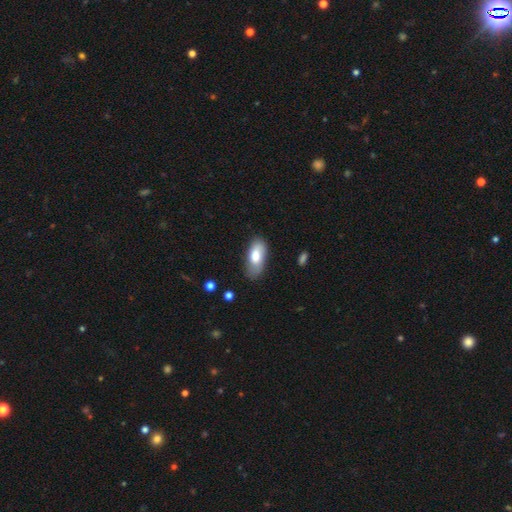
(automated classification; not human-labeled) Overall: smooth (75%). How rounded: in between (89%). Merging: none (70%).